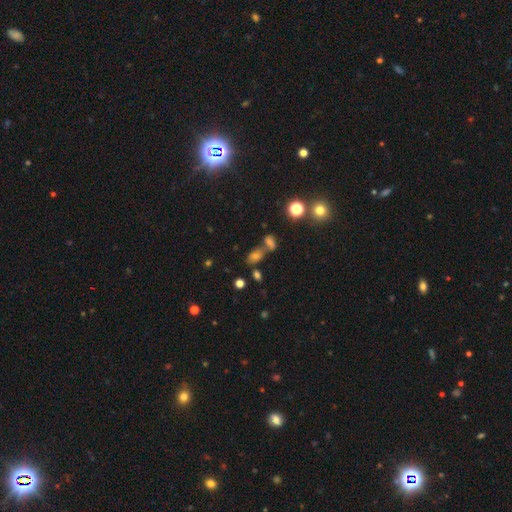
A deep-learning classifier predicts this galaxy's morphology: smooth 55%, star or artifact 29%, featured or disk 16%. Down the decision tree: how rounded — in between (71%); merging — none (46%).